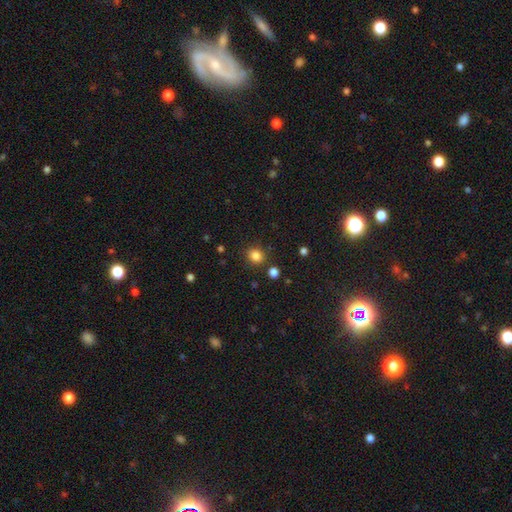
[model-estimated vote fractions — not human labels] This is clearly a smooth galaxy (83%). How rounded: likely round (79%). Merging: clearly none (85%).